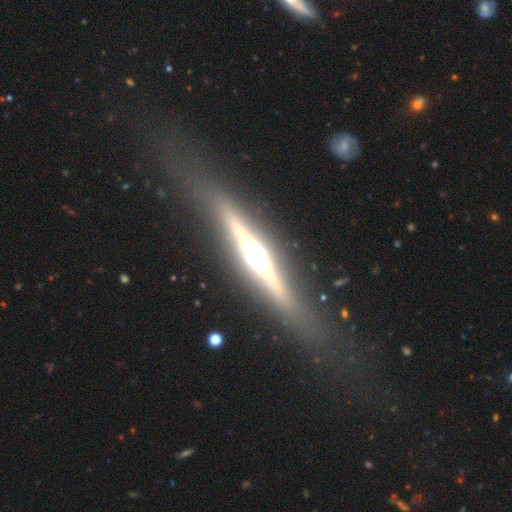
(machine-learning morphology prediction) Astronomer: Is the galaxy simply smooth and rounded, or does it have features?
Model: featured or disk — 77%.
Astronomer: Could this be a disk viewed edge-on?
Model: yes — 96%.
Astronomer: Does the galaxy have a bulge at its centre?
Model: rounded — 90%.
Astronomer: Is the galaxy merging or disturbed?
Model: none — 85%.